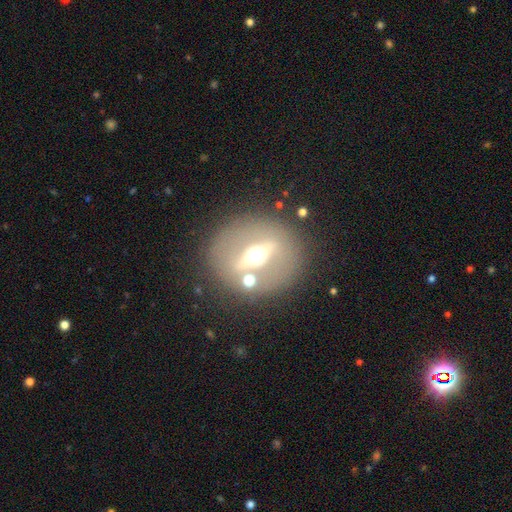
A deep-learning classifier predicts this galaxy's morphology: smooth_or_featured: featured or disk (p=0.70) [alt: smooth p=0.21]
disk_edge_on: no (p=0.59) [alt: yes p=0.41]
merging: none (p=0.81) [alt: minor disturbance p=0.09]